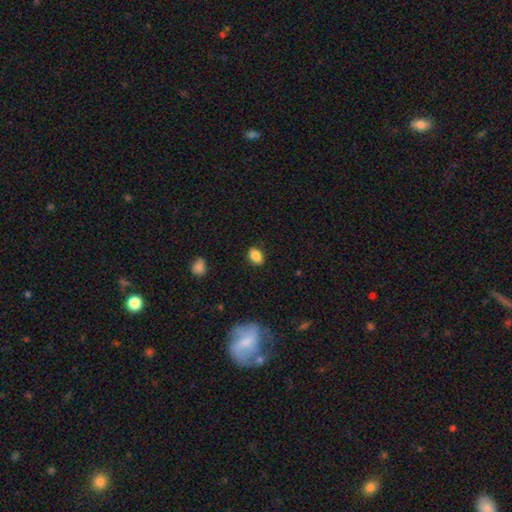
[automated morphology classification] The model was most divided on "how rounded": in between: 80%, round: 18%, cigar-shaped: 1%. More confident: smooth or featured — smooth (86%); merging — none (86%).